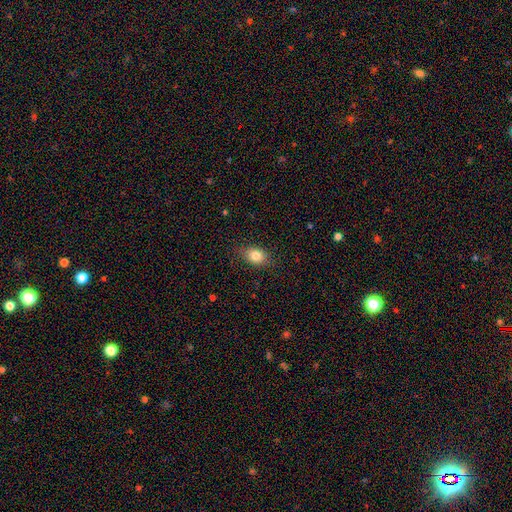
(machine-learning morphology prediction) Smooth or featured? smooth (82%)
How rounded? in between (70%)
Merging? none (83%)